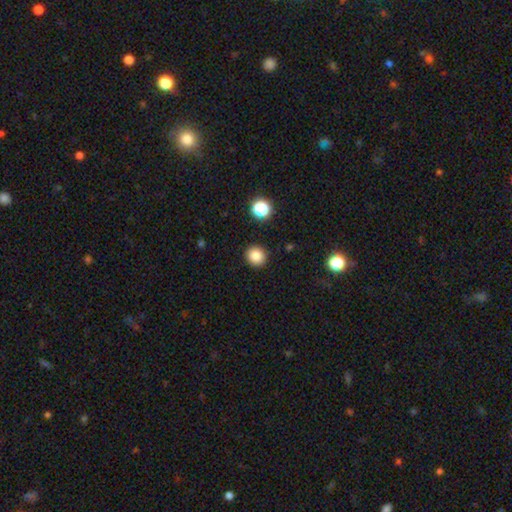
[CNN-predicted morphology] Smooth or featured: smooth — 84% (star or artifact — 12%)
How rounded: round — 90% (in between — 9%)
Merging: none — 91% (minor disturbance — 5%)